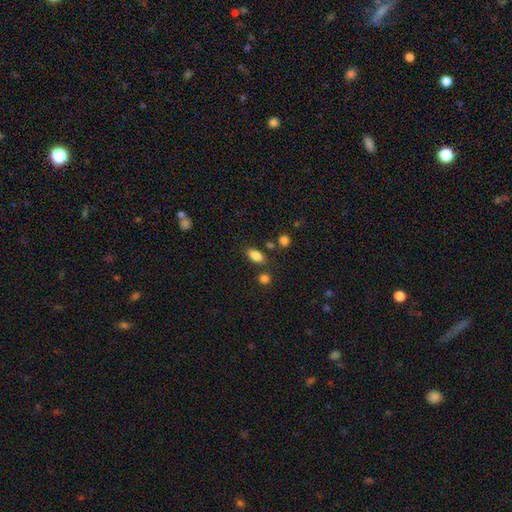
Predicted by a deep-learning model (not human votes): Overall: smooth (85%). How rounded: in between (87%). Merging: none (77%).